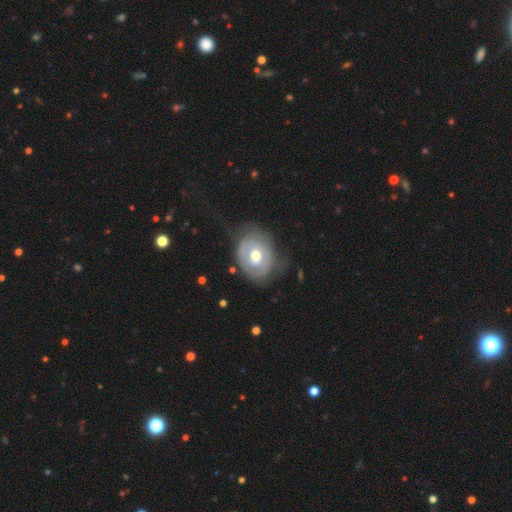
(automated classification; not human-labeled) Morphology: type=featured or disk (65%); edge-on=no (96%); bar=no (70%); spiral arms=yes (53%); bulge=moderate (75%); merging=none (59%).